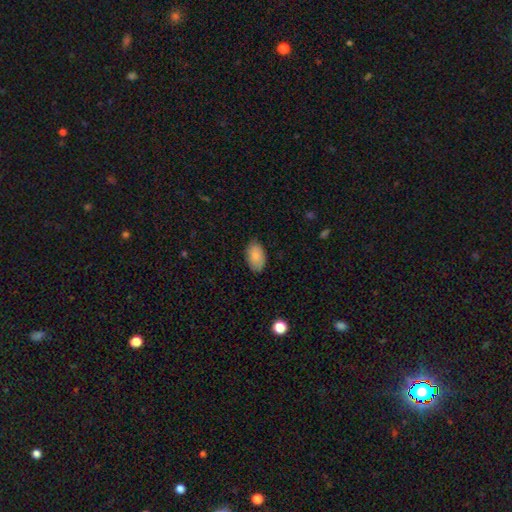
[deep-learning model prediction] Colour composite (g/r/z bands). It shows a smooth galaxy with no disk features (86%) that is in between round and cigar-shaped (94%). Merging: none (83%).